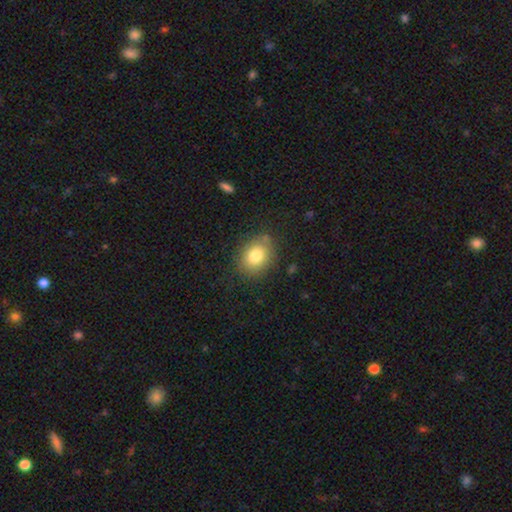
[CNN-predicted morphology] Smooth or featured?
  - smooth: 80% *
  - featured or disk: 10%
  - star or artifact: 10%
How rounded?
  - in between: 51% *
  - round: 48%
  - cigar-shaped: 1%
Merging?
  - none: 81% *
  - minor disturbance: 13%
  - major disturbance: 4%
  - merger: 2%